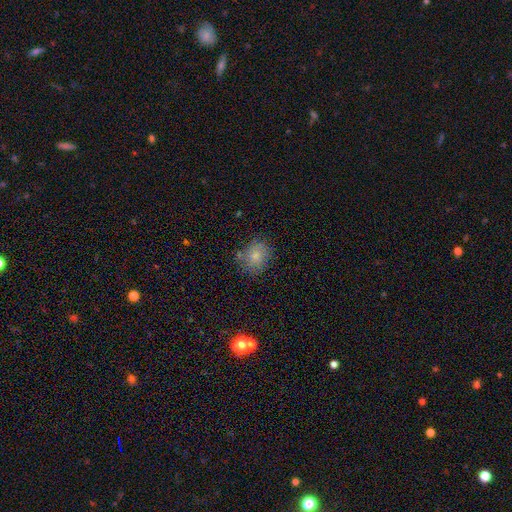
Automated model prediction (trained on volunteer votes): A smooth galaxy with no disk features (77%) that is round (64%).

Vote fractions:
- Smooth or featured? smooth: 77% / featured or disk: 12% / star or artifact: 11%
- How rounded? round: 64% / in between: 35% / cigar-shaped: 1%
- Merging? none: 73% / minor disturbance: 18% / major disturbance: 5% / merger: 4%